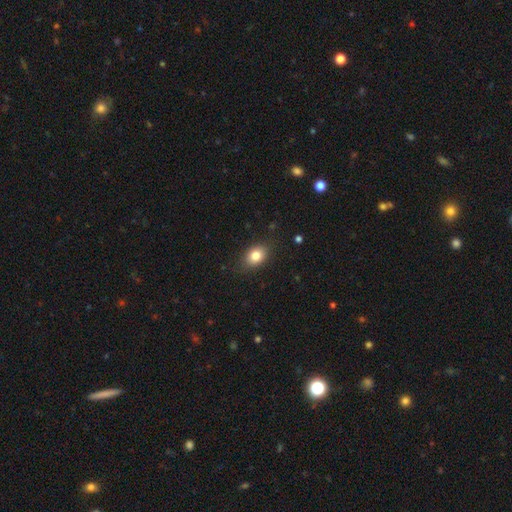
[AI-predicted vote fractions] smooth_or_featured: smooth (p=0.82) [alt: star or artifact p=0.09]
how_rounded: in between (p=0.70) [alt: round p=0.28]
merging: none (p=0.83) [alt: minor disturbance p=0.13]